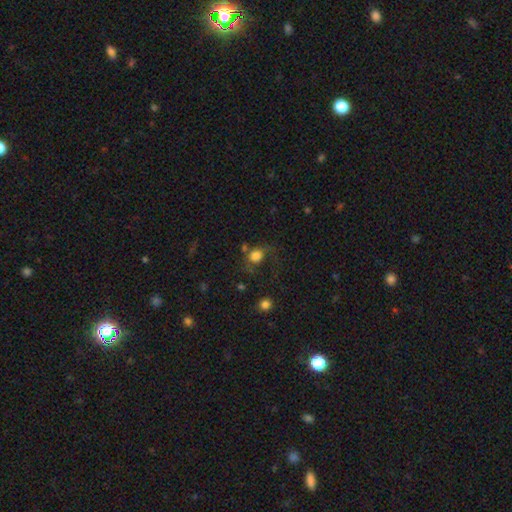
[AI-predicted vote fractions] Smooth or featured? smooth (74%)
How rounded? round (73%)
Merging? none (38%)